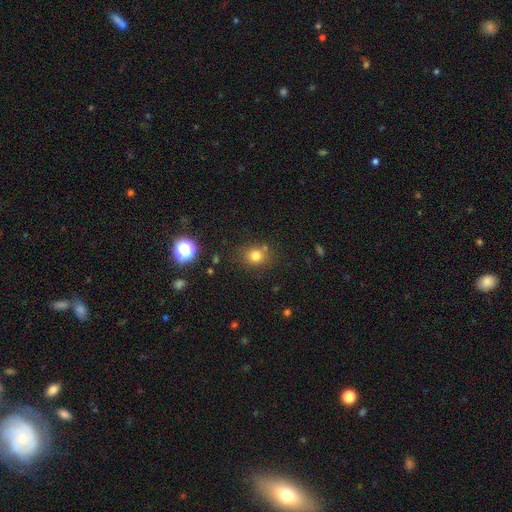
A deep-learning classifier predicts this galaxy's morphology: smooth 76%, star or artifact 16%, featured or disk 7%. Down the decision tree: how rounded — round (78%); merging — none (76%).